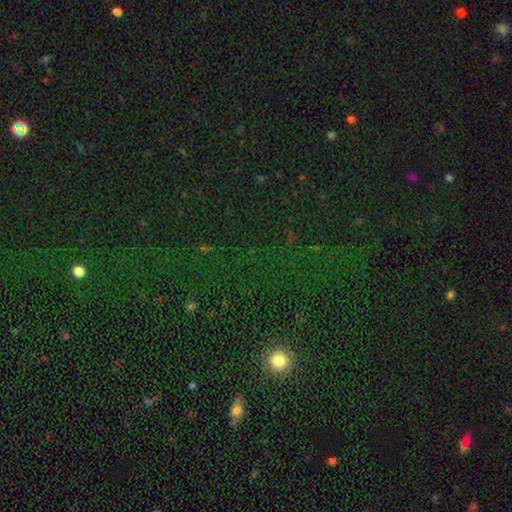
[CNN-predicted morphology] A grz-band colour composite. It shows a star or artifact, not a galaxy (71%).